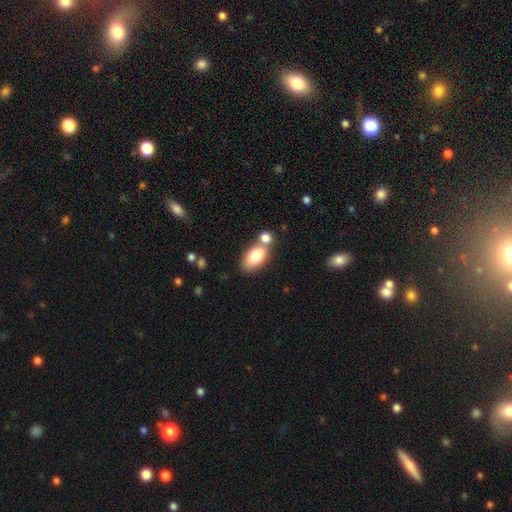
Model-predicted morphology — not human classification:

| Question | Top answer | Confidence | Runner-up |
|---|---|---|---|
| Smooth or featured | smooth | 78% | featured or disk (14%) |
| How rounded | in between | 89% | round (8%) |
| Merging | none | 50% | merger (33%) |